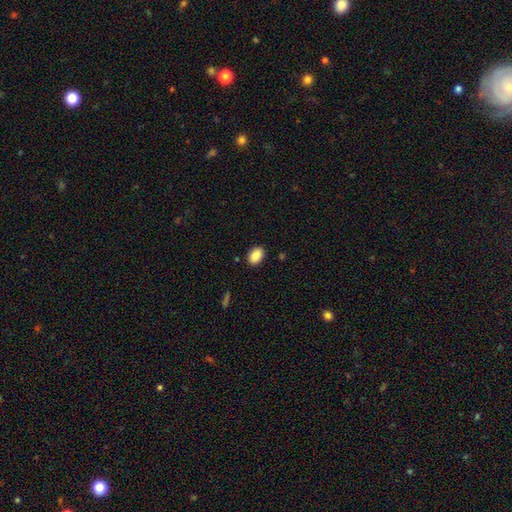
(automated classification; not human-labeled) Smooth or featured?
  - smooth: 89% *
  - star or artifact: 7%
  - featured or disk: 3%
How rounded?
  - in between: 85% *
  - round: 14%
  - cigar-shaped: 1%
Merging?
  - none: 88% *
  - minor disturbance: 9%
  - major disturbance: 2%
  - merger: 1%